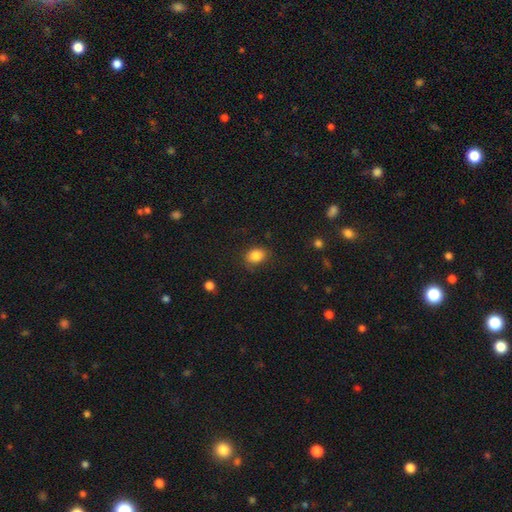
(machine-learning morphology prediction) The model was most divided on "how rounded": in between: 60%, round: 39%, cigar-shaped: 1%. More confident: smooth or featured — smooth (85%); merging — none (78%).